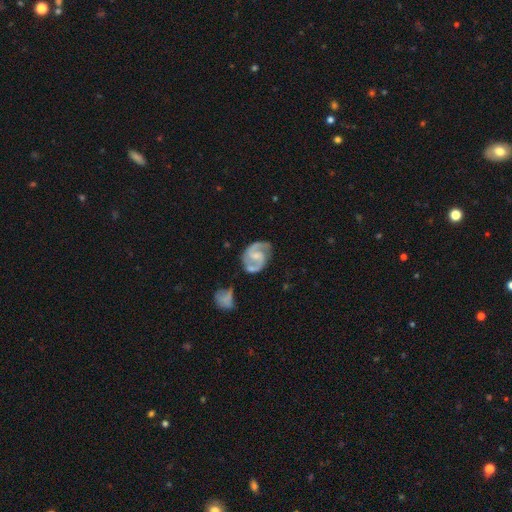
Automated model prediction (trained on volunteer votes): Smooth or featured?
  - featured or disk: 89% *
  - smooth: 7%
  - star or artifact: 4%
Edge-on disk?
  - no: 98% *
  - yes: 2%
Bar?
  - weak: 48% *
  - no: 38%
  - strong: 14%
Spiral arms?
  - yes: 97% *
  - no: 3%
Spiral winding?
  - medium: 60% *
  - tight: 24%
  - loose: 16%
Spiral arm count?
  - 2: 92% *
  - can't tell: 3%
  - 1: 2%
  - 3: 2%
  - 4: 1%
  - more than 4: 1%
Bulge size?
  - small: 49% *
  - moderate: 33%
  - none: 15%
  - large: 2%
  - dominant: 1%
Merging?
  - none: 65% *
  - minor disturbance: 19%
  - merger: 9%
  - major disturbance: 7%